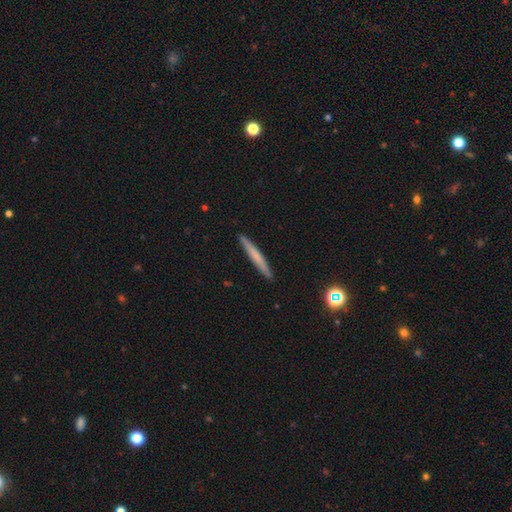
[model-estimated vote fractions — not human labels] Smooth or featured: smooth — 59% (featured or disk — 35%)
How rounded: cigar-shaped — 96% (in between — 2%)
Merging: none — 92% (minor disturbance — 6%)